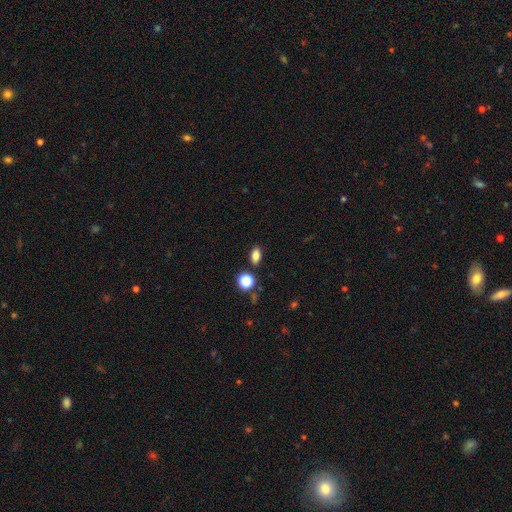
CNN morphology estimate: Smooth or featured: smooth — 82% (star or artifact — 12%)
How rounded: in between — 81% (round — 14%)
Merging: none — 85% (minor disturbance — 8%)